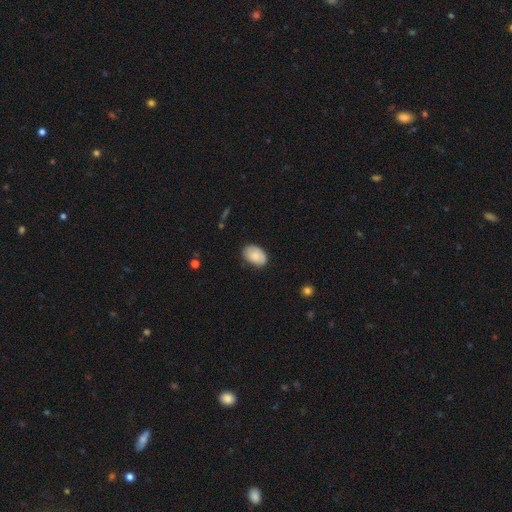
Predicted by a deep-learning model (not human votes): The model was most divided on "merging": none: 77%, minor disturbance: 18%, major disturbance: 3%, merger: 1%. More confident: how rounded — in between (89%); smooth or featured — smooth (81%).